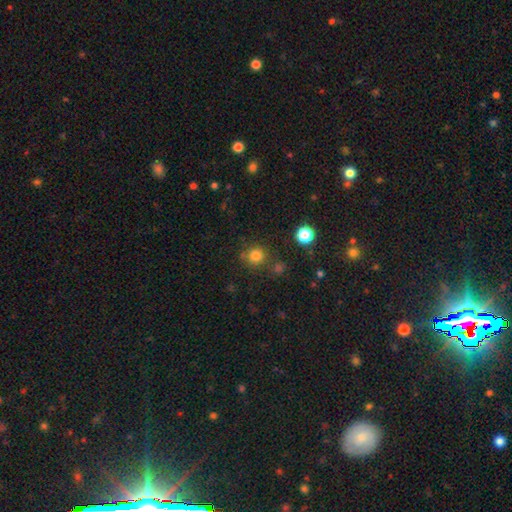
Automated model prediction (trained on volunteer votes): A smooth galaxy with no disk features (79%) that is round (92%). Merging: none (78%).